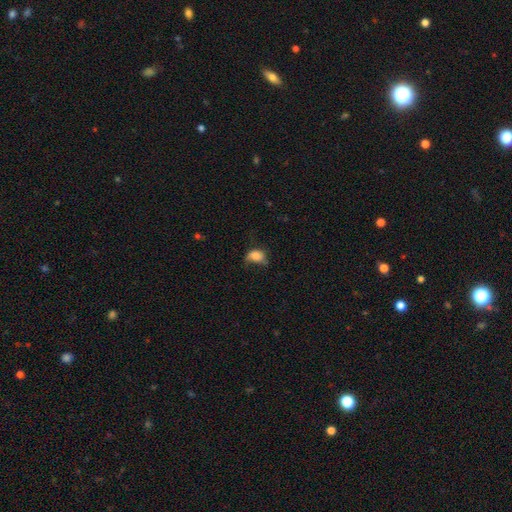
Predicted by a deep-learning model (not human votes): Q: Smooth or featured?
A: smooth (73%); runner-up: featured or disk (18%)
Q: How rounded?
A: in between (70%); runner-up: round (29%)
Q: Merging?
A: none (37%); runner-up: minor disturbance (35%)